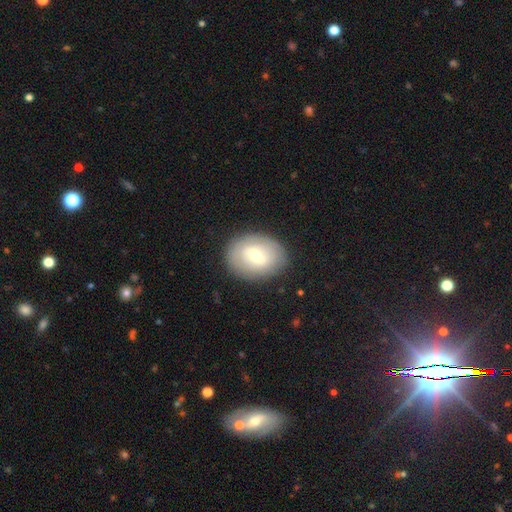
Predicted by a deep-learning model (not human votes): Overall: smooth (50%; featured or disk 43%). How rounded: in between (60%; round 39%). Merging: none (85%).